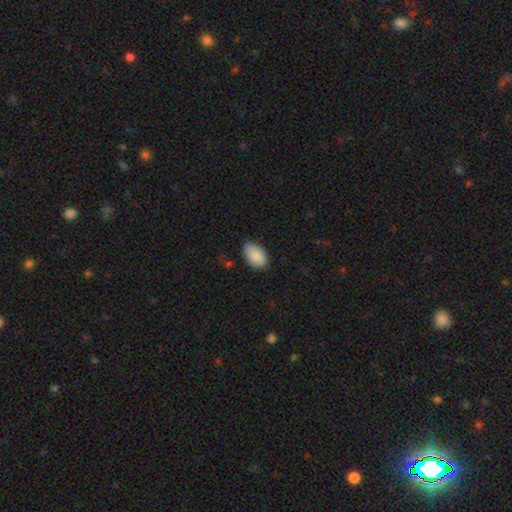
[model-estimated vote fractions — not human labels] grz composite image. It shows a smooth galaxy with no disk features (89%) that is in between round and cigar-shaped (94%). Merging: none (76%).